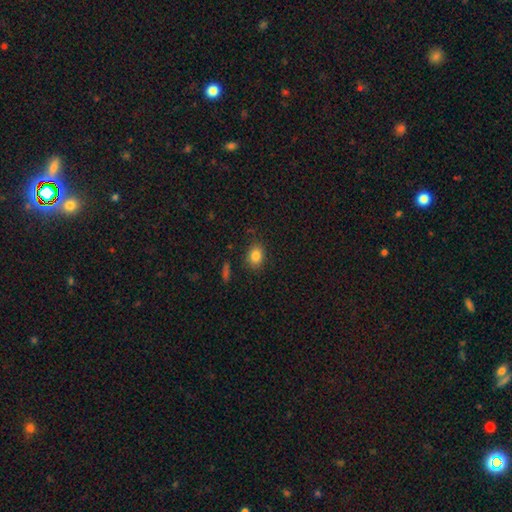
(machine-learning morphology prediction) Smooth or featured: smooth — 84% (star or artifact — 10%)
How rounded: in between — 65% (round — 34%)
Merging: none — 83% (minor disturbance — 12%)